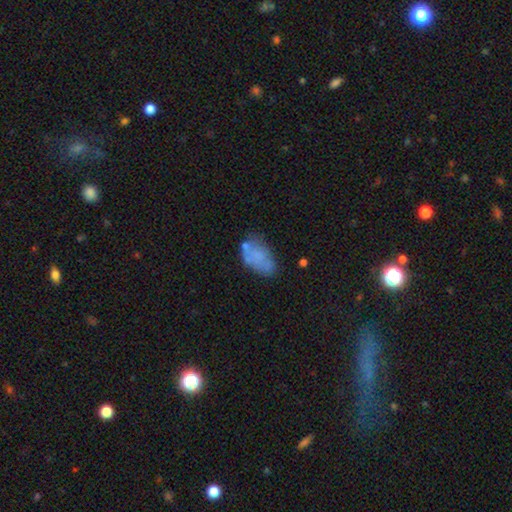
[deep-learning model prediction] smooth_or_featured: smooth (p=0.62) [alt: featured or disk p=0.28]
how_rounded: in between (p=0.92) [alt: round p=0.06]
merging: none (p=0.48) [alt: minor disturbance p=0.28]